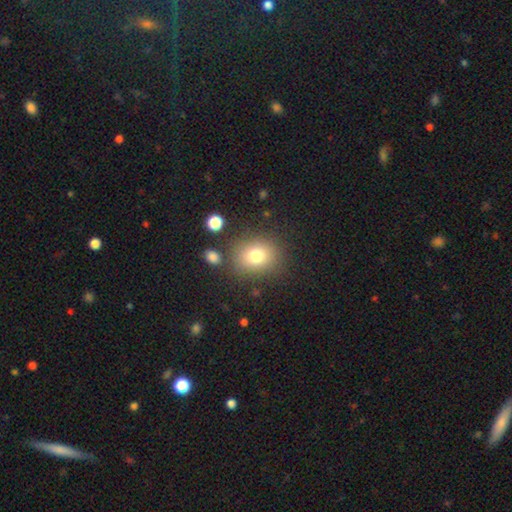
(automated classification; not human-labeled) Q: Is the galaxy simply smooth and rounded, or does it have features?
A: smooth — 77%.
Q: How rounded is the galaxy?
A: round — 64%.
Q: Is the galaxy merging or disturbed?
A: none — 81%.